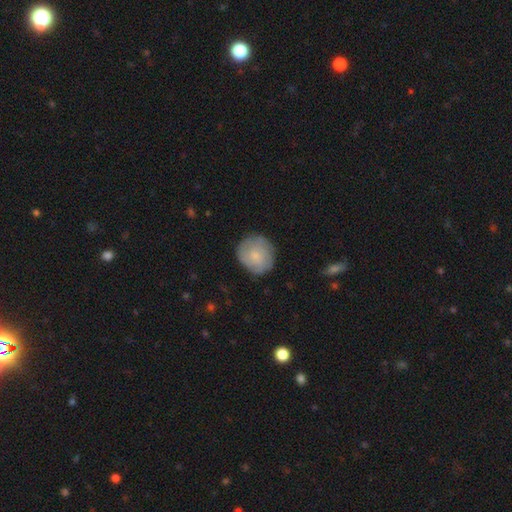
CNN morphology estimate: Smooth or featured? Predicted: smooth (p=0.67). How rounded? Predicted: round (p=0.84). Merging? Predicted: none (p=0.77).